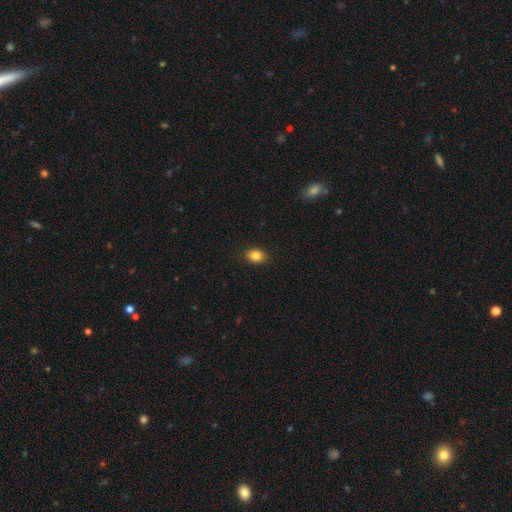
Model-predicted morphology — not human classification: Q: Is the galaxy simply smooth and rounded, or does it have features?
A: smooth — 84%.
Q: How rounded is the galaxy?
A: in between — 54%.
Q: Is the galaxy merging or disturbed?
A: none — 90%.